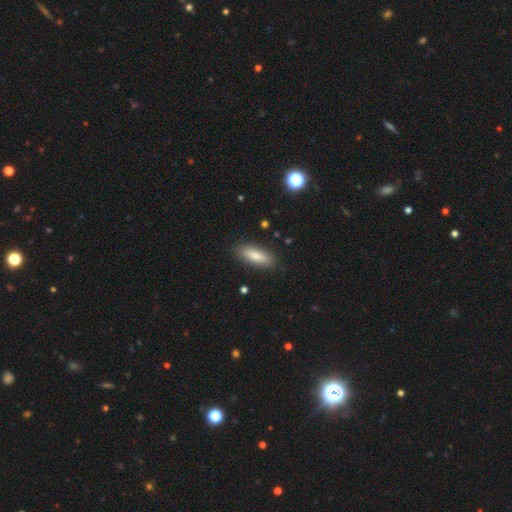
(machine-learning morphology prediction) This appears to be a smooth galaxy with no disk features (83%) that is in between round and cigar-shaped (61%). Merging: none (87%).